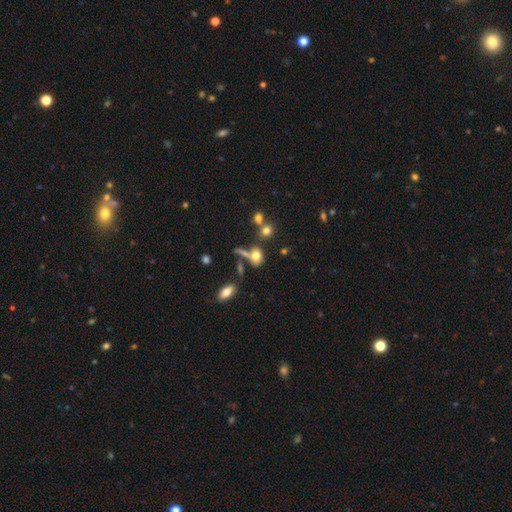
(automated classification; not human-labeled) Q: Smooth or featured?
A: smooth (71%); runner-up: featured or disk (15%)
Q: How rounded?
A: in between (57%); runner-up: round (39%)
Q: Merging?
A: none (44%); runner-up: merger (32%)